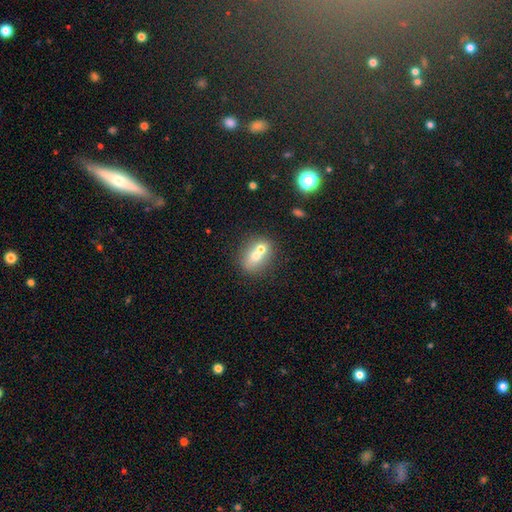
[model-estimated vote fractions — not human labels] Morphology: type=smooth (65%); roundness=round (60%); merging=merger (57%).